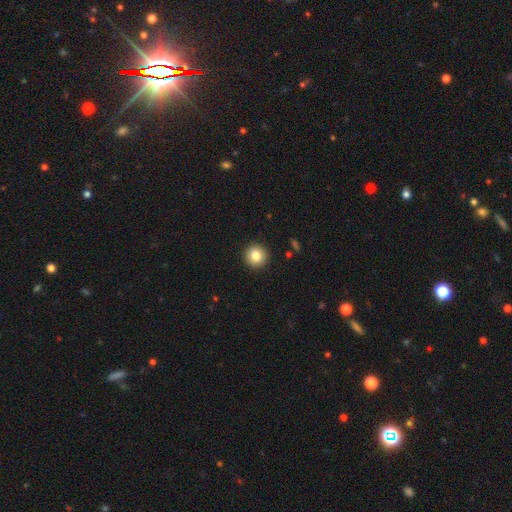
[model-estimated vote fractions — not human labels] This is clearly a smooth galaxy (83%). How rounded: clearly round (95%). Merging: clearly none (93%).